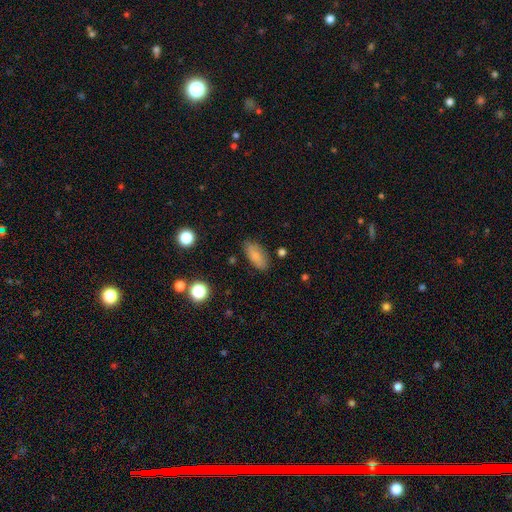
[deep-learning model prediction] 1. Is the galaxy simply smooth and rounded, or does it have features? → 81% smooth, 11% featured or disk, 8% star or artifact.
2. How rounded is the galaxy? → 87% in between, 10% cigar-shaped, 3% round.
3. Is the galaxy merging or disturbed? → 82% none, 13% minor disturbance, 3% major disturbance, 2% merger.